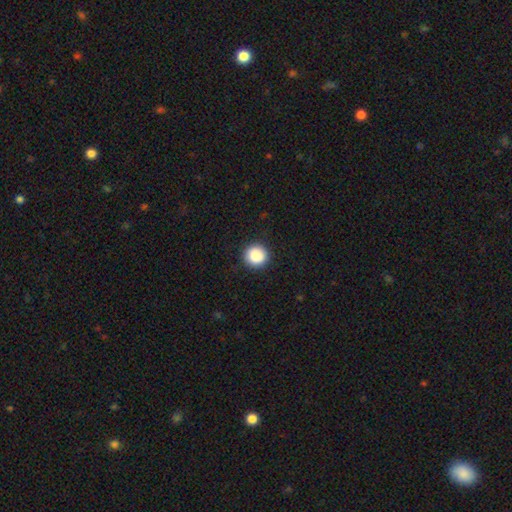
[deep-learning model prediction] smooth 88%, star or artifact 8%, featured or disk 4%. Down the decision tree: how rounded — round (93%); merging — none (91%).